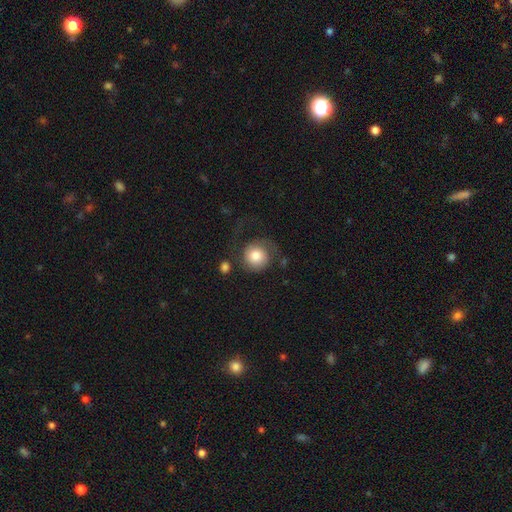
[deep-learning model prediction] Smooth or featured? Predicted: smooth (p=0.66). How rounded? Predicted: round (p=0.89). Merging? Predicted: none (p=0.46).